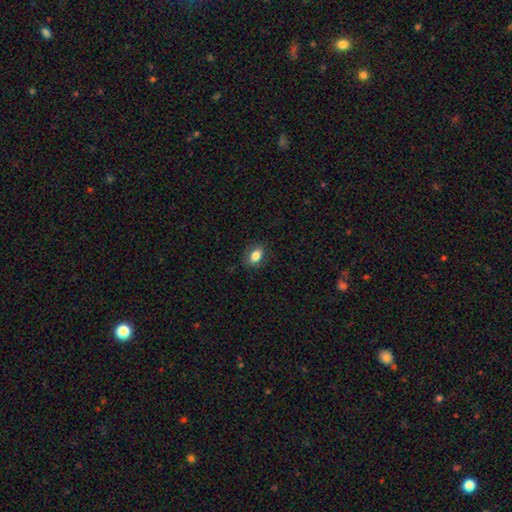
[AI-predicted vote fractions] A smooth galaxy with no disk features (83%) that is in between round and cigar-shaped (77%). Merging: none (83%).